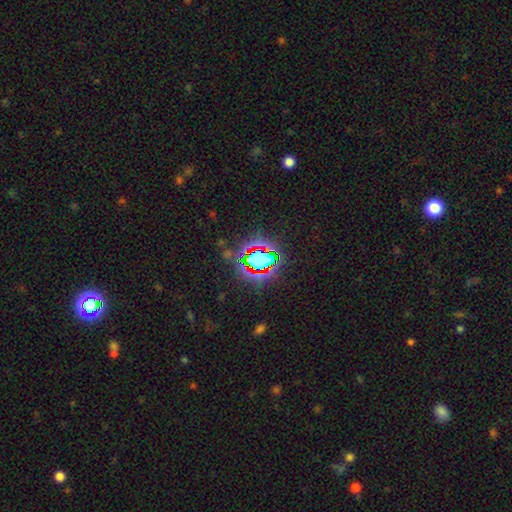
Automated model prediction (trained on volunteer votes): Morphology: type=star or artifact (71%).